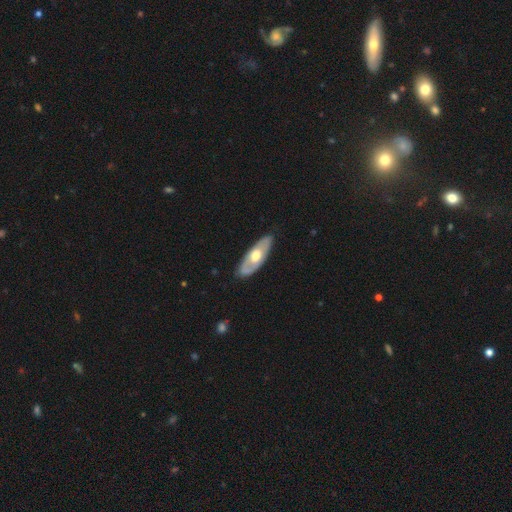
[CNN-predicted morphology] This appears to be a featured or disk galaxy (53%). Merging: none (82%).